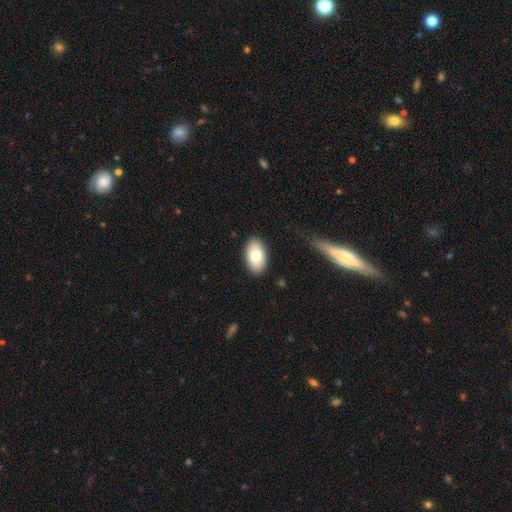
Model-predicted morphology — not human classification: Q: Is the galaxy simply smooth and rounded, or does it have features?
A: smooth — 75%.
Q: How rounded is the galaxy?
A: in between — 93%.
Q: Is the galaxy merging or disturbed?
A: none — 87%.